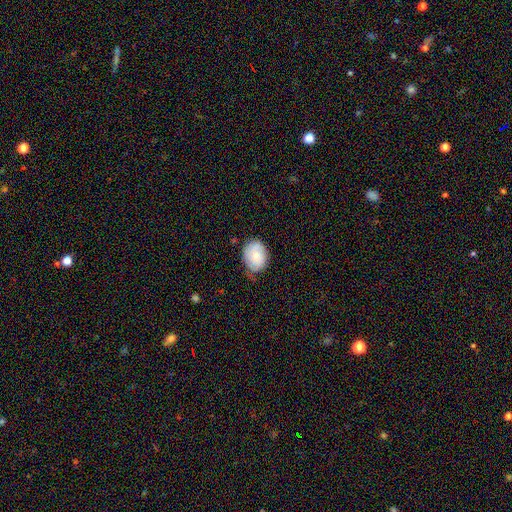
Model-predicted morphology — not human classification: Q: Smooth or featured?
A: smooth (64%); runner-up: featured or disk (29%)
Q: How rounded?
A: in between (55%); runner-up: round (44%)
Q: Merging?
A: none (55%); runner-up: minor disturbance (36%)